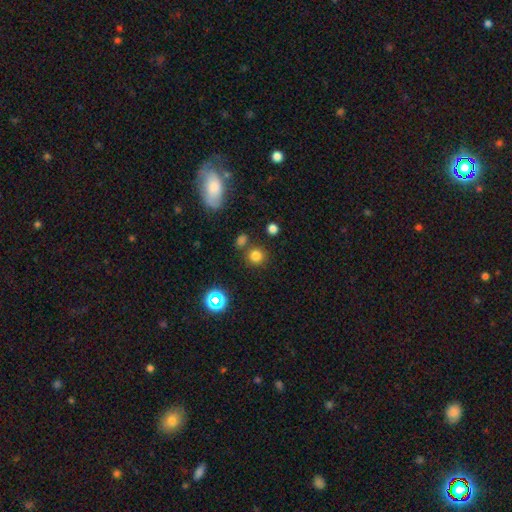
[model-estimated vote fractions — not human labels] smooth-or-featured: smooth: 76% | star or artifact: 18% | featured or disk: 6%
  how-rounded: round: 90% | in between: 9% | cigar-shaped: 1%
  merging: none: 76% | merger: 11% | minor disturbance: 9% | major disturbance: 4%